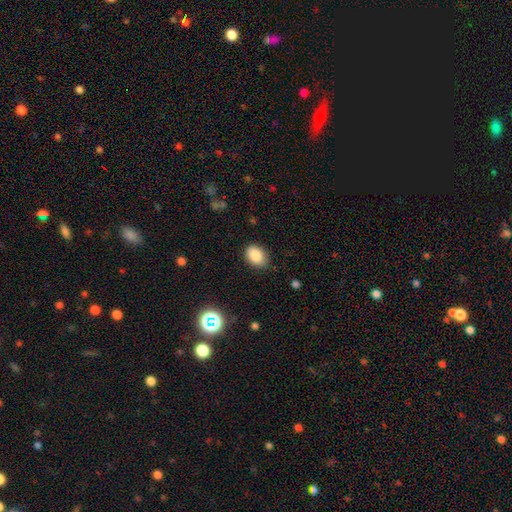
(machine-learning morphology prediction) Overall: smooth (86%). How rounded: in between (78%). Merging: none (83%).